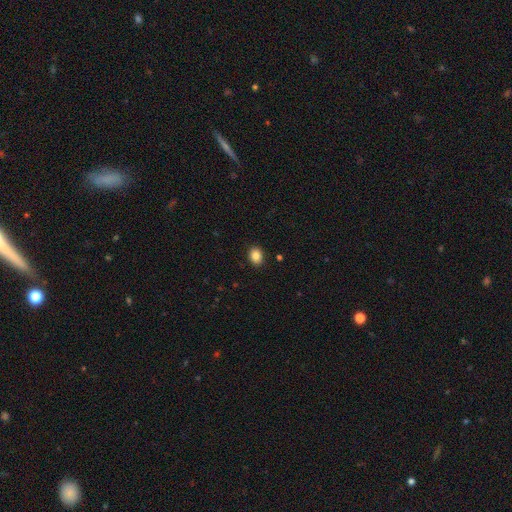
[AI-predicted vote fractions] A smooth galaxy with no disk features (87%) that is in between round and cigar-shaped (53%). Merging: none (91%).